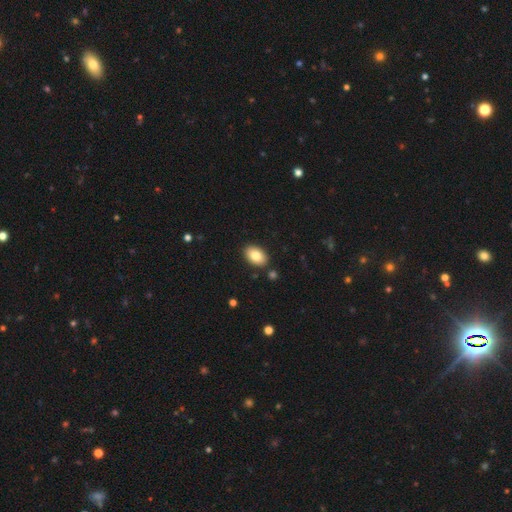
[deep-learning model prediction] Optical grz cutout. It shows a smooth galaxy with no disk features (82%) that is in between round and cigar-shaped (90%). Merging: none (87%).